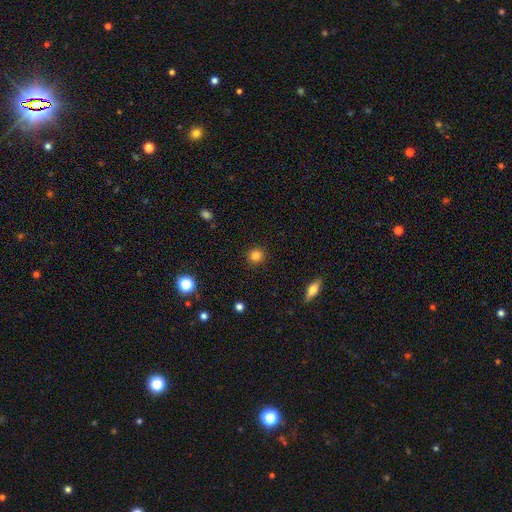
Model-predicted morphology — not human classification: A smooth galaxy with no disk features (83%) that is round (90%).

Vote fractions:
- Smooth or featured? smooth: 83% / star or artifact: 11% / featured or disk: 5%
- How rounded? round: 90% / in between: 9% / cigar-shaped: 1%
- Merging? none: 91% / minor disturbance: 6% / major disturbance: 2% / merger: 1%